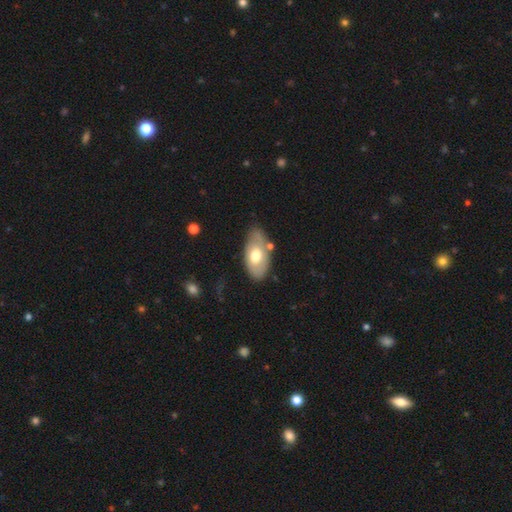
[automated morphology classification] smooth_or_featured: smooth (p=0.57) [alt: featured or disk p=0.38]
how_rounded: in between (p=0.93) [alt: round p=0.04]
merging: none (p=0.67) [alt: minor disturbance p=0.21]